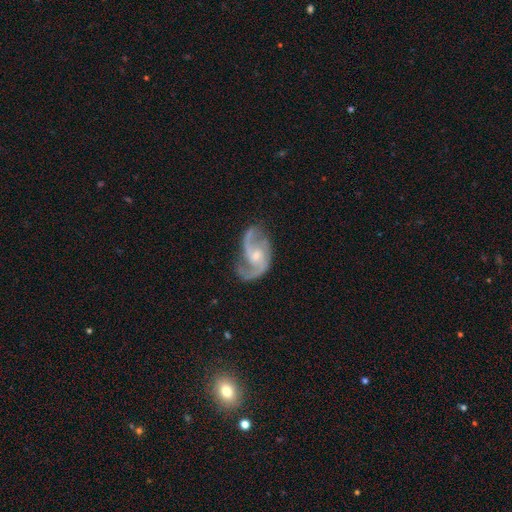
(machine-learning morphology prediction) This appears to be a featured or disk galaxy (90%) with no bar (53%), 2 (87%) medium (52%) spiral arms (97%) and a small central bulge (61%). Merging: none (66%).